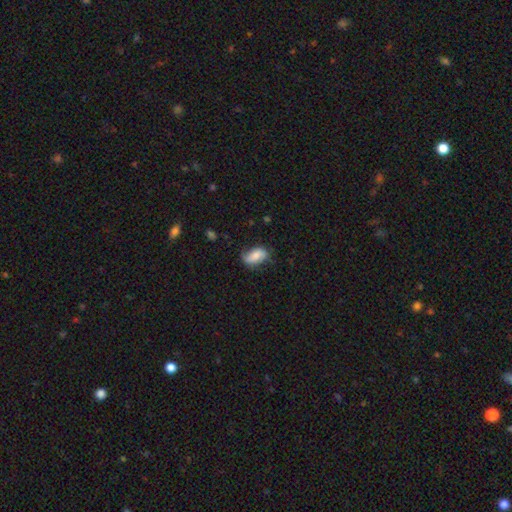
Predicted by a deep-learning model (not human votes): Smooth or featured: smooth — 62% (featured or disk — 30%)
How rounded: in between — 91% (round — 6%)
Merging: none — 56% (minor disturbance — 31%)